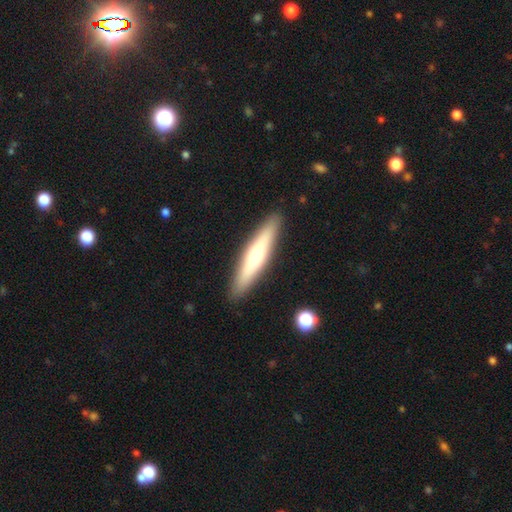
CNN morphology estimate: smooth_or_featured: smooth (p=0.53) [alt: featured or disk p=0.41]
how_rounded: cigar-shaped (p=0.86) [alt: in between p=0.12]
merging: none (p=0.90) [alt: minor disturbance p=0.07]